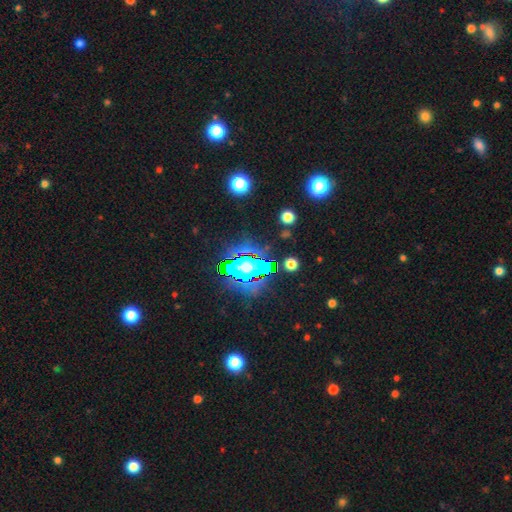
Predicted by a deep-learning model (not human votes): Smooth or featured?
  - star or artifact: 81% *
  - smooth: 11%
  - featured or disk: 9%